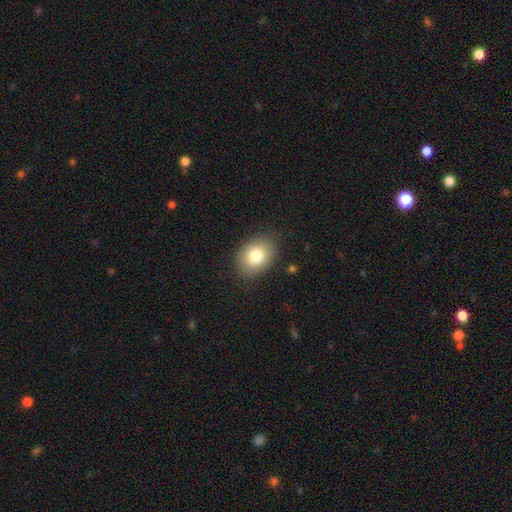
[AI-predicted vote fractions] Smooth or featured? Predicted: smooth (p=0.80). How rounded? Predicted: in between (p=0.66). Merging? Predicted: none (p=0.85).